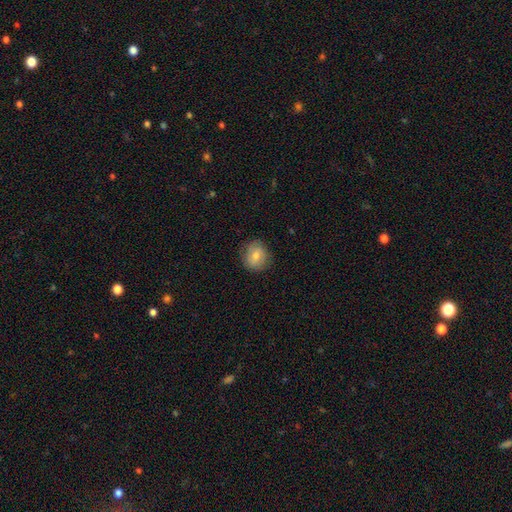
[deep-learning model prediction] Morphology: type=smooth (67%); roundness=round (78%); merging=none (83%).